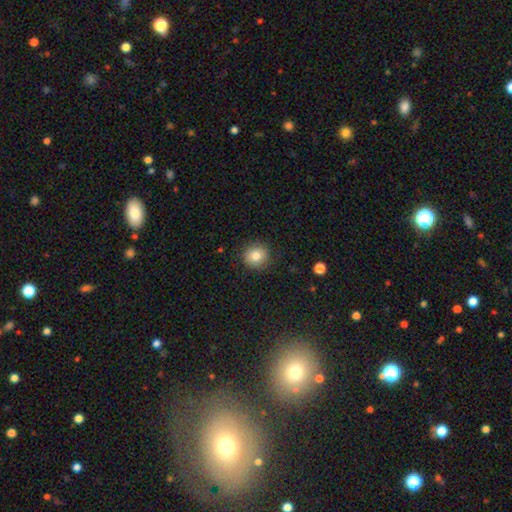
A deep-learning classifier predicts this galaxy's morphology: Smooth or featured: smooth — 82% (star or artifact — 10%)
How rounded: round — 89% (in between — 10%)
Merging: none — 87% (minor disturbance — 9%)